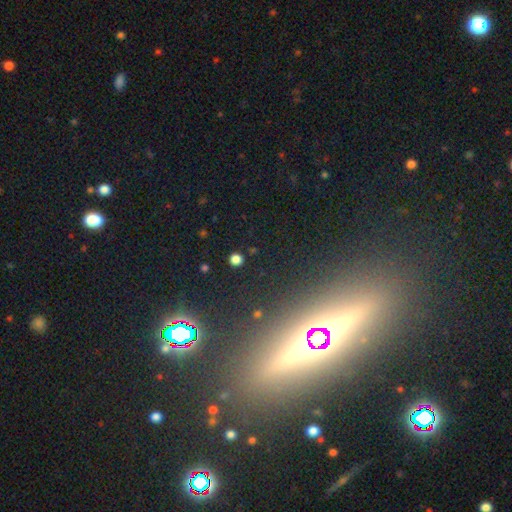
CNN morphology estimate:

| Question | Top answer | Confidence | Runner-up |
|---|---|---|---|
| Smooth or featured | star or artifact | 47% | featured or disk (37%) |